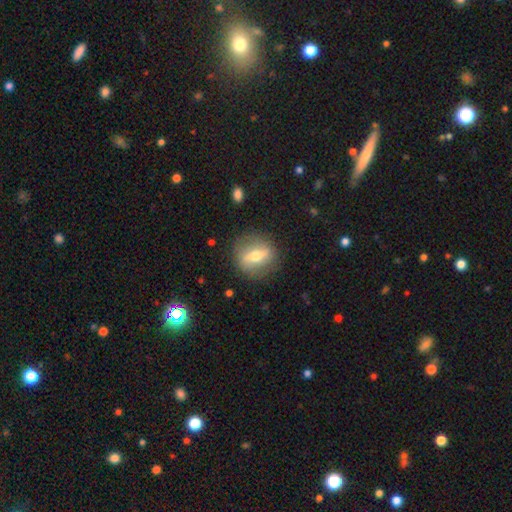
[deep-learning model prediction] A featured or disk galaxy (53%).

Vote fractions:
- Smooth or featured? featured or disk: 53% / smooth: 39% / star or artifact: 7%
- Edge-on disk? no: 77% / yes: 23%
- Merging? none: 84% / minor disturbance: 11% / major disturbance: 4% / merger: 1%